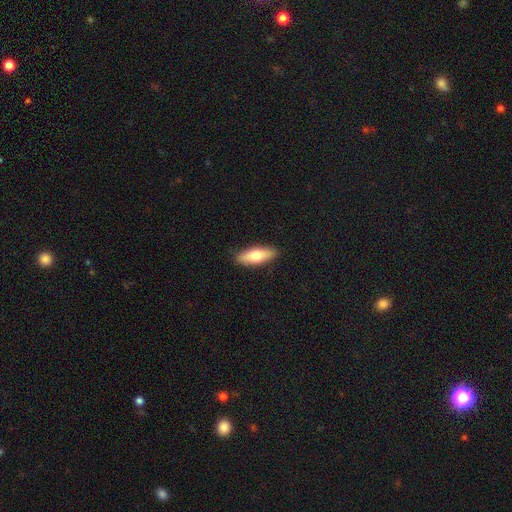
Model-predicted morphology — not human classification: This is likely a smooth galaxy (68%). How rounded: possibly in between (59%). Merging: clearly none (90%).